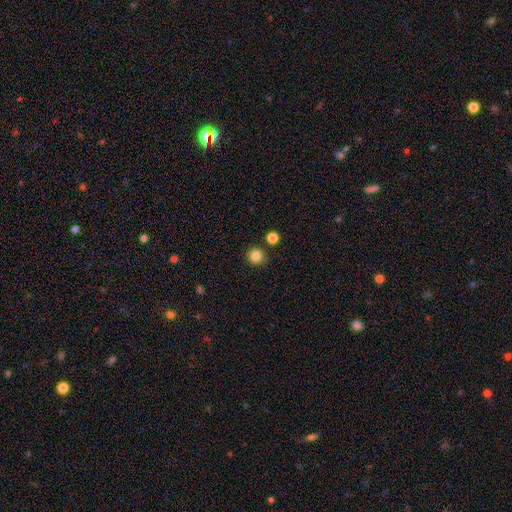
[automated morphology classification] Smooth or featured? Predicted: smooth (p=0.84). How rounded? Predicted: round (p=0.95). Merging? Predicted: none (p=0.86).